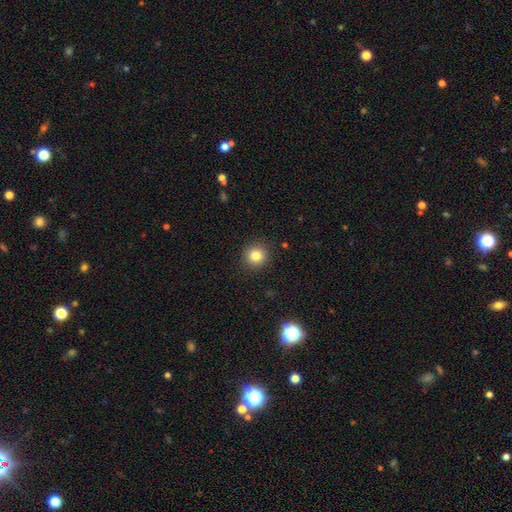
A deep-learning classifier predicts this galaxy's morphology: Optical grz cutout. It shows a smooth galaxy with no disk features (82%) that is round (92%). Merging: none (91%).